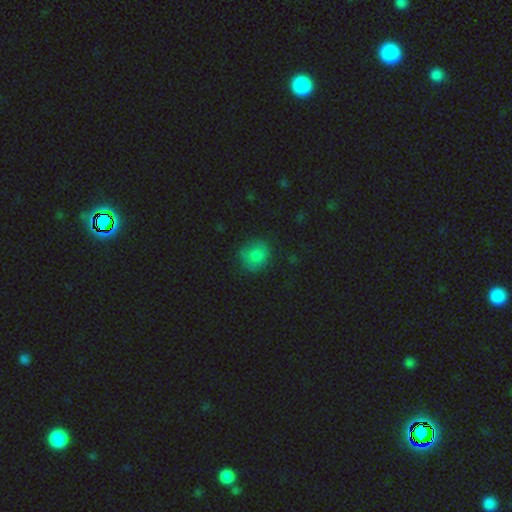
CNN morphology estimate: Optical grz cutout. It shows a smooth galaxy with no disk features (79%) that is round (85%). Merging: none (75%).